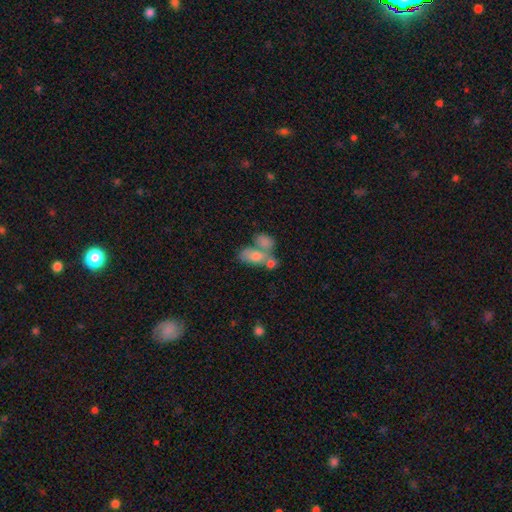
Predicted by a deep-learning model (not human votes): smooth-or-featured: smooth: 69% | featured or disk: 21% | star or artifact: 11%
  how-rounded: in between: 84% | round: 12% | cigar-shaped: 4%
  merging: merger: 55% | none: 26% | minor disturbance: 12% | major disturbance: 8%